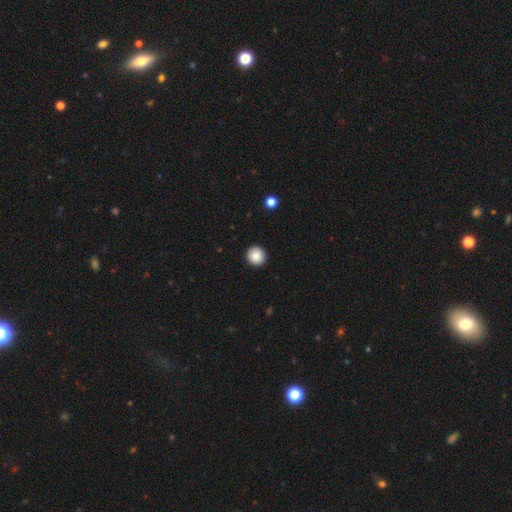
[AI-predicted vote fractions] The model was most divided on "smooth or featured": smooth: 86%, star or artifact: 9%, featured or disk: 5%. More confident: how rounded — round (95%); merging — none (93%).